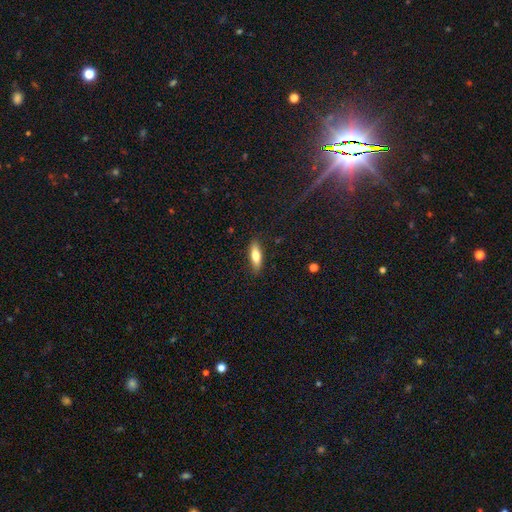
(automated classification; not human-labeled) A smooth galaxy with no disk features (72%) that is in between round and cigar-shaped (50%).

Vote fractions:
- Smooth or featured? smooth: 72% / featured or disk: 22% / star or artifact: 6%
- How rounded? in between: 50% / cigar-shaped: 48% / round: 2%
- Merging? none: 87% / minor disturbance: 10% / major disturbance: 2% / merger: 1%